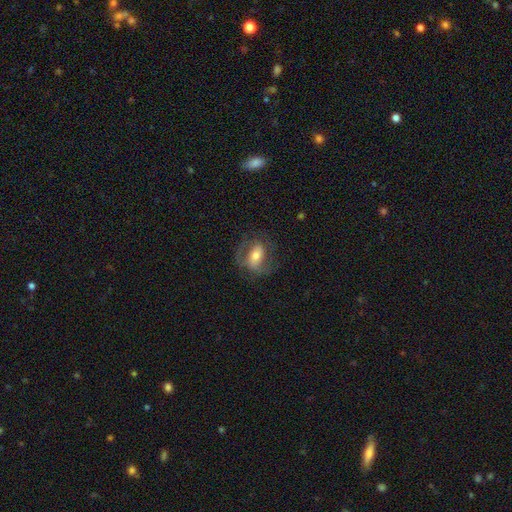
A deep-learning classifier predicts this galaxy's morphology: Smooth or featured: featured or disk — 50% (smooth — 42%)
Merging: none — 63% (minor disturbance — 19%)